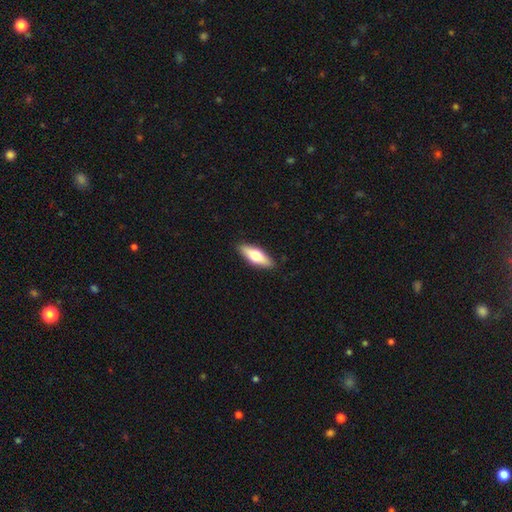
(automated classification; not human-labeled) Smooth or featured? Predicted: smooth (p=0.58). How rounded? Predicted: in between (p=0.58). Merging? Predicted: none (p=0.89).